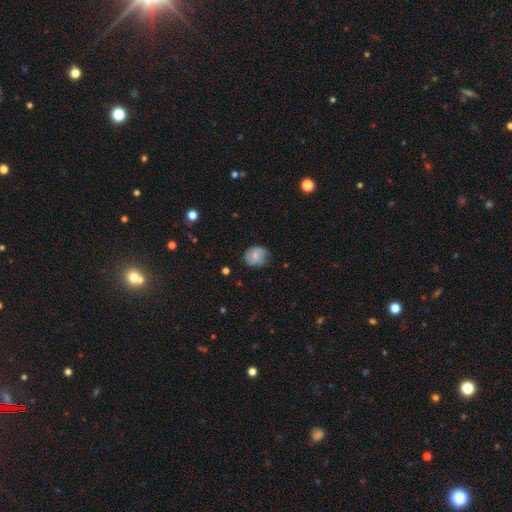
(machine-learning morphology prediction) smooth 52%, featured or disk 40%, star or artifact 8%. Down the decision tree: how rounded — round (68%); merging — none (67%).